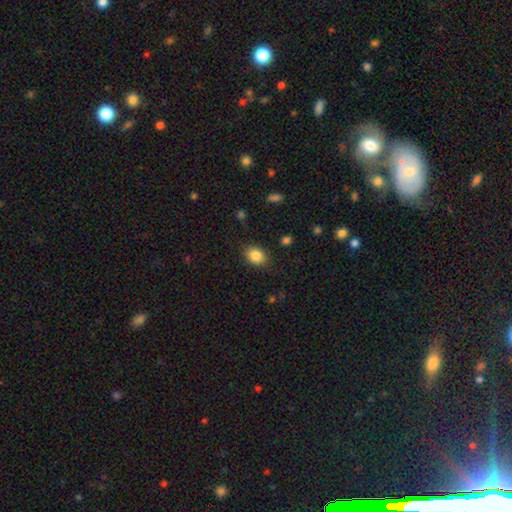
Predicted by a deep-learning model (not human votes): Smooth or featured: smooth — 85% (star or artifact — 9%)
How rounded: in between — 59% (round — 40%)
Merging: none — 85% (minor disturbance — 11%)